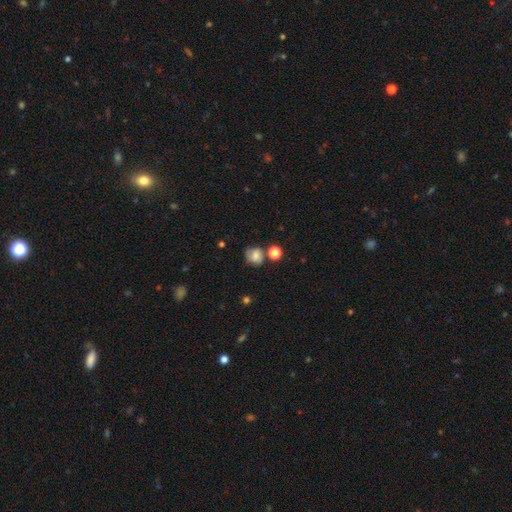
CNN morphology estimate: A smooth galaxy with no disk features (71%) that is round (72%). Merging: none (58%).